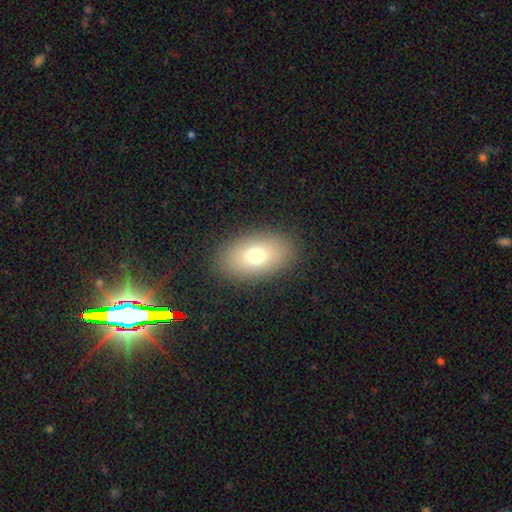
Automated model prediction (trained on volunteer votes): smooth_or_featured: smooth (p=0.73) [alt: featured or disk p=0.16]
how_rounded: in between (p=0.87) [alt: round p=0.11]
merging: none (p=0.87) [alt: minor disturbance p=0.08]